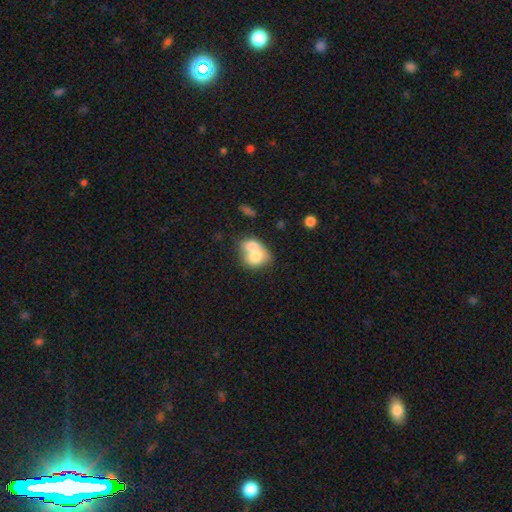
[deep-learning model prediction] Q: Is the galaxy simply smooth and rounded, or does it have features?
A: smooth — 71%.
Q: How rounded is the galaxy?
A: in between — 53%.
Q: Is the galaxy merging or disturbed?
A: merger — 70%.